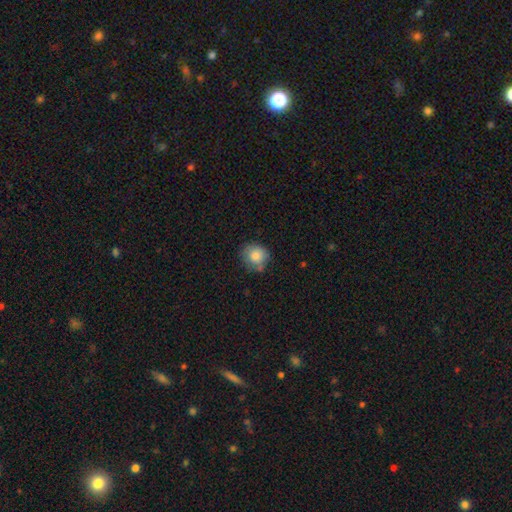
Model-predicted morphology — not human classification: Q: Smooth or featured?
A: smooth (82%); runner-up: featured or disk (9%)
Q: How rounded?
A: round (80%); runner-up: in between (19%)
Q: Merging?
A: none (70%); runner-up: minor disturbance (22%)